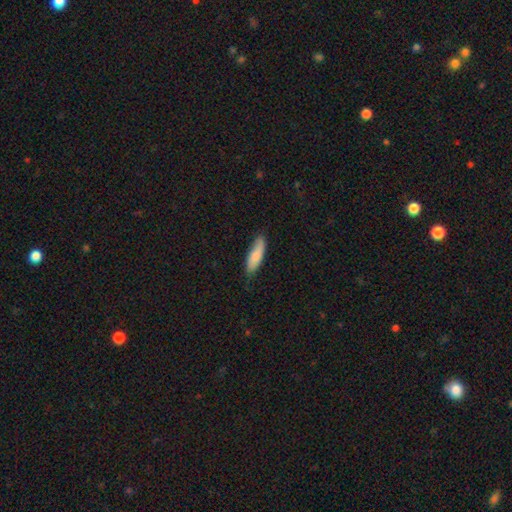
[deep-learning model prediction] smooth 81%, featured or disk 13%, star or artifact 5%. Down the decision tree: how rounded — cigar-shaped (54%); merging — none (77%).